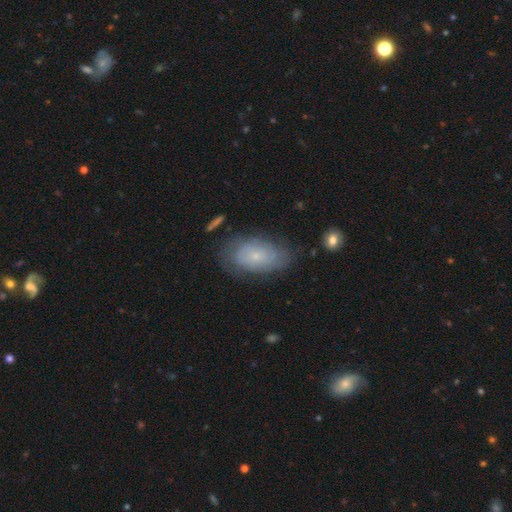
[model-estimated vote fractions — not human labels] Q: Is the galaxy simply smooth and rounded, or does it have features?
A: smooth — 47%.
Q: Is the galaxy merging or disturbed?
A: none — 64%.